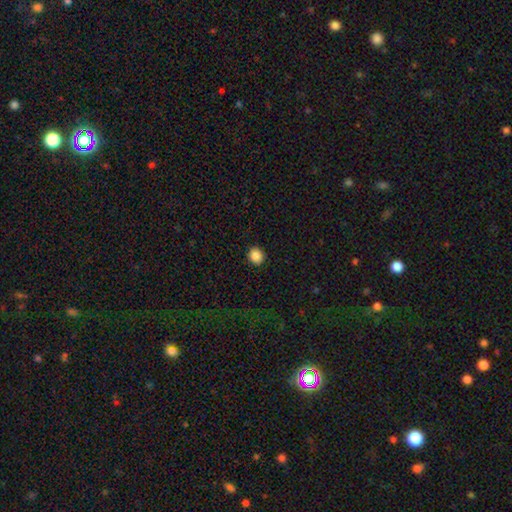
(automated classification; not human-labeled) smooth-or-featured: smooth: 86% | star or artifact: 10% | featured or disk: 4%
  how-rounded: round: 80% | in between: 19% | cigar-shaped: 1%
  merging: none: 92% | minor disturbance: 6% | major disturbance: 2% | merger: 1%